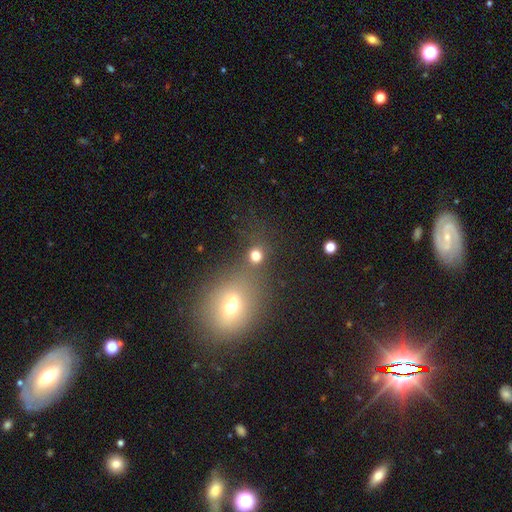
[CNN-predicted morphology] A smooth galaxy with no disk features (75%) that is round (81%).

Vote fractions:
- Smooth or featured? smooth: 75% / star or artifact: 17% / featured or disk: 8%
- How rounded? round: 81% / in between: 17% / cigar-shaped: 1%
- Merging? none: 63% / merger: 23% / minor disturbance: 9% / major disturbance: 6%